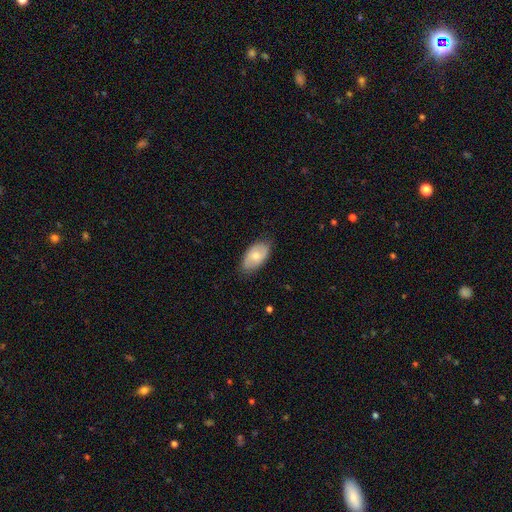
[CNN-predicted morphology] Smooth or featured? smooth (60%)
How rounded? in between (93%)
Merging? none (77%)